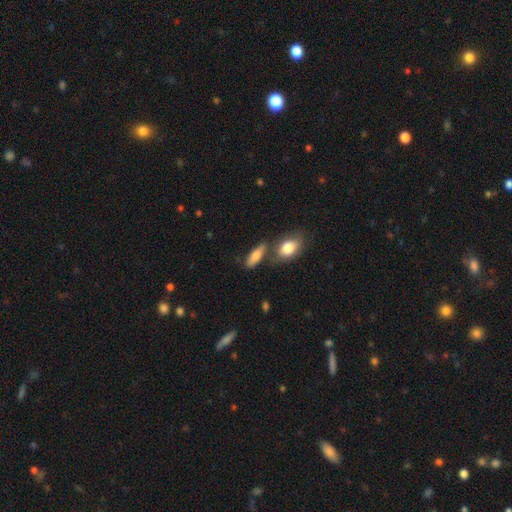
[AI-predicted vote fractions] This is likely a smooth galaxy (75%). How rounded: likely in between (66%). Merging: possibly none (58%).